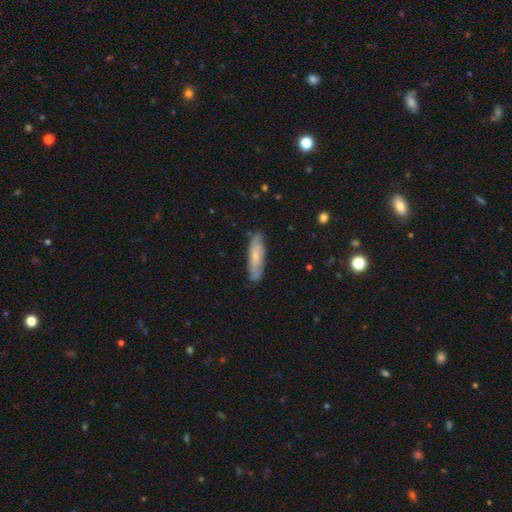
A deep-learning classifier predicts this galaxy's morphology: Overall: smooth (56%; featured or disk 38%). How rounded: cigar-shaped (61%; in between 37%). Merging: none (82%).